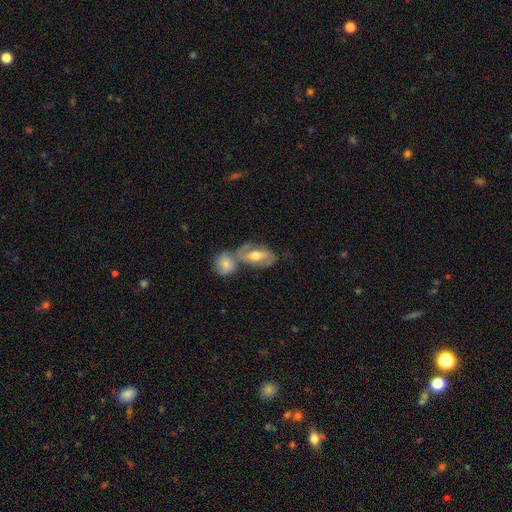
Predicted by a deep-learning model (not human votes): Smooth or featured? featured or disk (53%)
Edge-on disk? no (89%)
Merging? merger (48%)